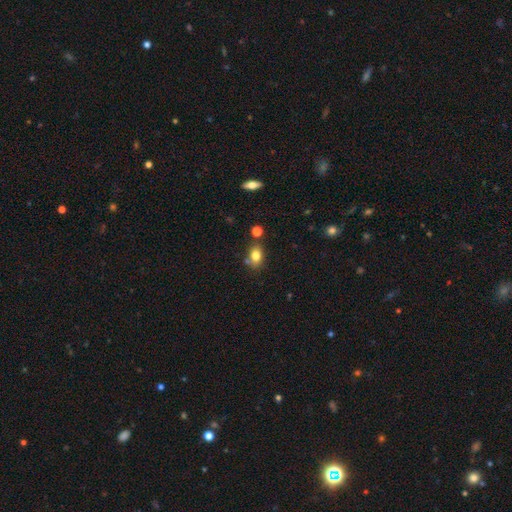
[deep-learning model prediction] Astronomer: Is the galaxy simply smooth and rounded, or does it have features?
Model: smooth — 80%.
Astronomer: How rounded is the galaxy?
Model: in between — 71%.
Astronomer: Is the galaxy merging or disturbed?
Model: none — 69%.